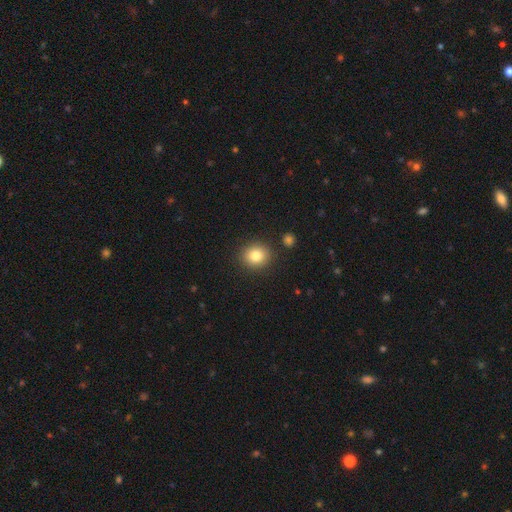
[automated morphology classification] smooth 82%, star or artifact 11%, featured or disk 7%. Down the decision tree: how rounded — round (82%); merging — none (89%).